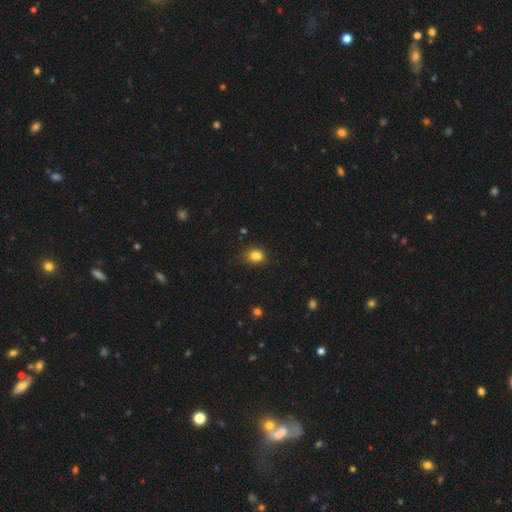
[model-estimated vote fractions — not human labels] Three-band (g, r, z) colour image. It shows a smooth galaxy with no disk features (83%) that is in between round and cigar-shaped (58%). Merging: none (72%).